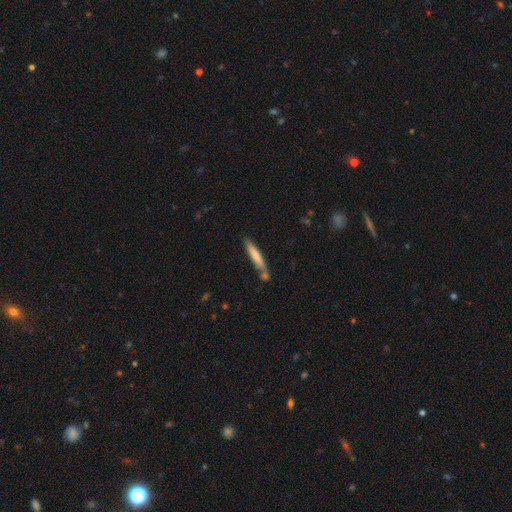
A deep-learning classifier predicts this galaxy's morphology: smooth-or-featured: smooth: 69% | featured or disk: 25% | star or artifact: 6%
  how-rounded: cigar-shaped: 92% | in between: 6% | round: 1%
  merging: none: 67% | minor disturbance: 16% | merger: 14% | major disturbance: 4%